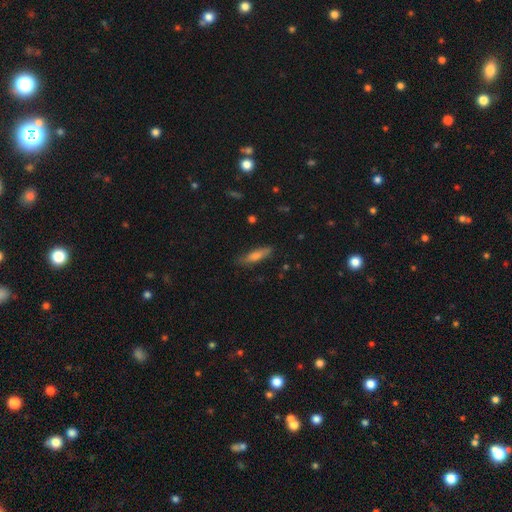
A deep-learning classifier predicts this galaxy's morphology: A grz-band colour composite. It shows a smooth galaxy with no disk features (66%) that is cigar-shaped (71%). Merging: none (79%).